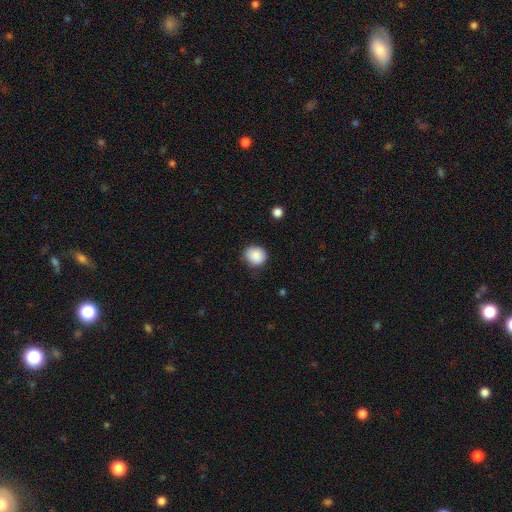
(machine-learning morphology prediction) smooth-or-featured: smooth: 88% | star or artifact: 8% | featured or disk: 4%
  how-rounded: round: 77% | in between: 22% | cigar-shaped: 1%
  merging: none: 82% | minor disturbance: 14% | major disturbance: 3% | merger: 1%